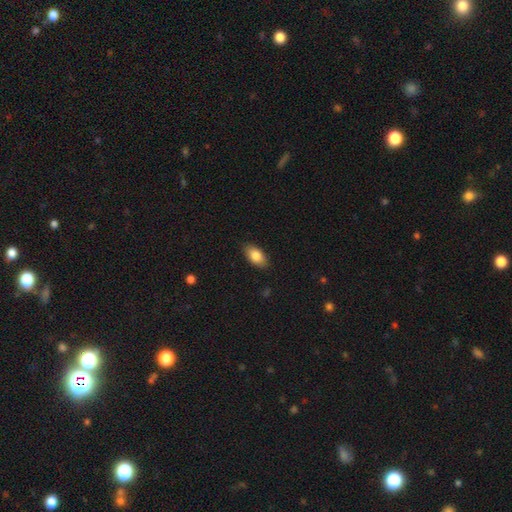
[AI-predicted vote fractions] smooth-or-featured: smooth: 83% | featured or disk: 10% | star or artifact: 7%
  how-rounded: in between: 92% | round: 5% | cigar-shaped: 4%
  merging: none: 87% | minor disturbance: 10% | major disturbance: 2% | merger: 1%